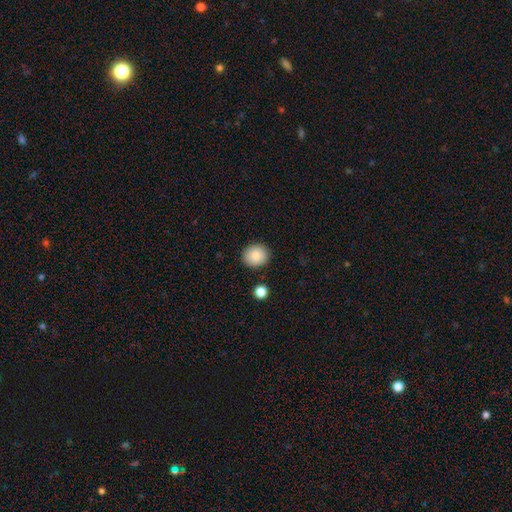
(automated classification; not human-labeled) A smooth galaxy with no disk features (85%) that is round (80%).

Vote fractions:
- Smooth or featured? smooth: 85% / star or artifact: 8% / featured or disk: 7%
- How rounded? round: 80% / in between: 19% / cigar-shaped: 1%
- Merging? none: 89% / minor disturbance: 7% / merger: 2% / major disturbance: 2%